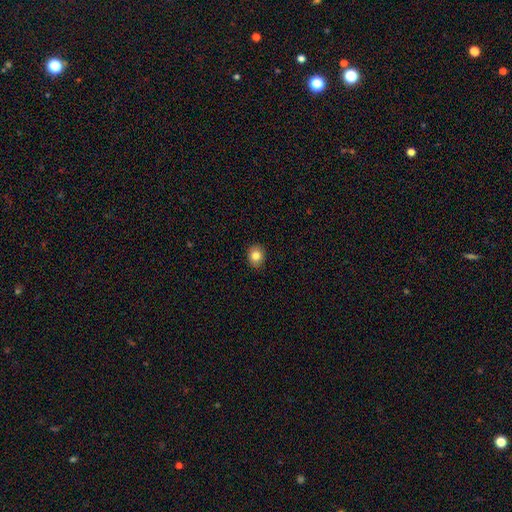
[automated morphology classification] A smooth galaxy with no disk features (83%) that is round (62%).

Vote fractions:
- Smooth or featured? smooth: 83% / star or artifact: 10% / featured or disk: 7%
- How rounded? round: 62% / in between: 37% / cigar-shaped: 1%
- Merging? none: 90% / minor disturbance: 7% / major disturbance: 2% / merger: 1%